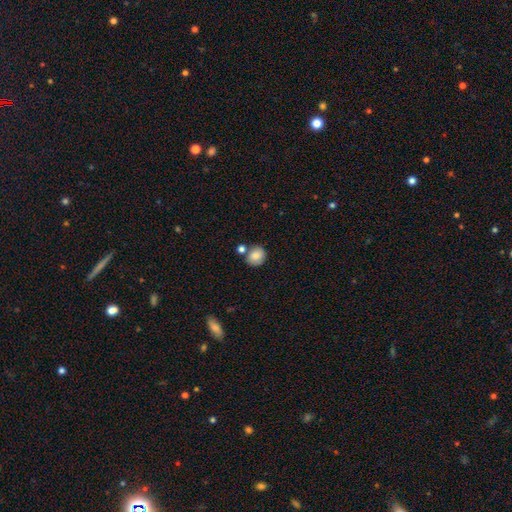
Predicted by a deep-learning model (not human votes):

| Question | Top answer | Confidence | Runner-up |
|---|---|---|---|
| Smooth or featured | smooth | 82% | featured or disk (10%) |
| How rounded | round | 76% | in between (23%) |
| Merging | none | 65% | merger (17%) |